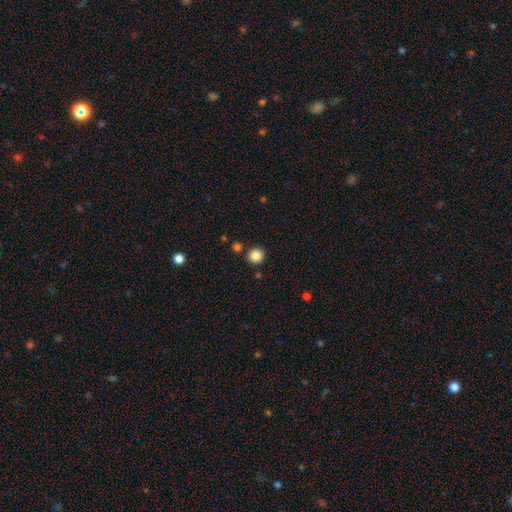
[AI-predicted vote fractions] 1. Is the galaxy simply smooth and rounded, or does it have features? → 86% smooth, 11% star or artifact, 3% featured or disk.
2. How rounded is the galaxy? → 92% round, 7% in between, 1% cigar-shaped.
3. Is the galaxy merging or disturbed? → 87% none, 6% minor disturbance, 5% merger, 2% major disturbance.